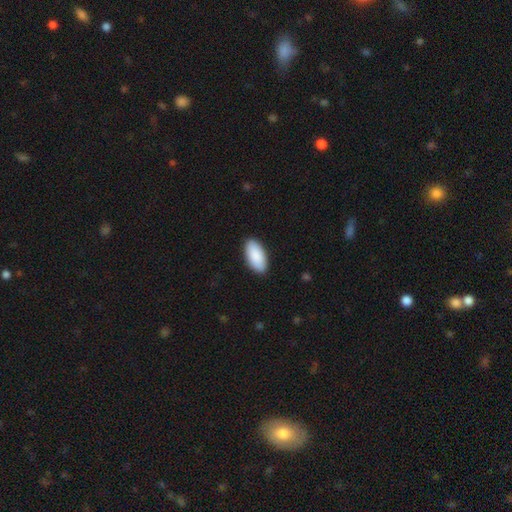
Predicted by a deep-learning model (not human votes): This appears to be a smooth galaxy with no disk features (91%) that is in between round and cigar-shaped (94%). Merging: none (90%).